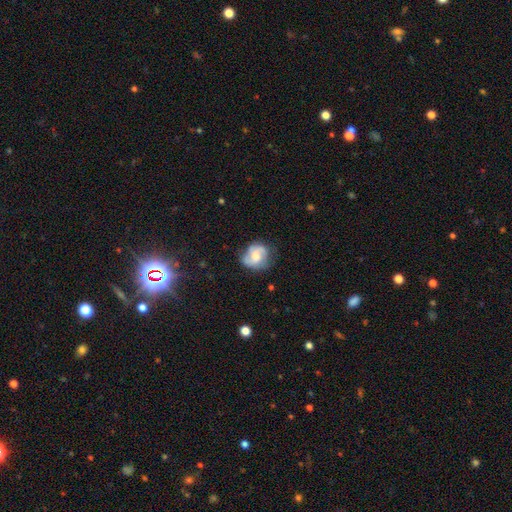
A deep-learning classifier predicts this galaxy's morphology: Smooth or featured? featured or disk (59%)
Edge-on disk? no (97%)
Bar? no (55%)
Spiral arms? yes (84%)
Bulge size? moderate (60%)
Merging? none (66%)